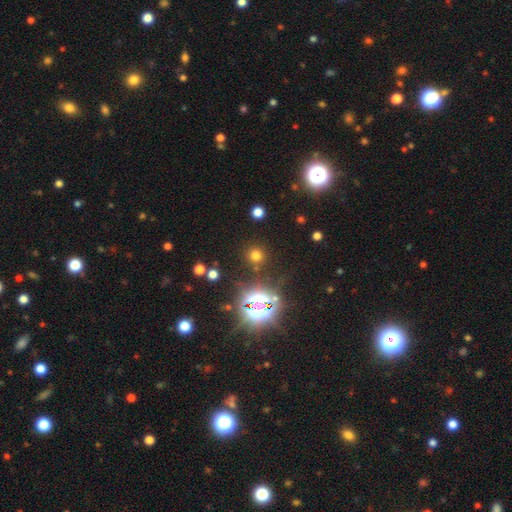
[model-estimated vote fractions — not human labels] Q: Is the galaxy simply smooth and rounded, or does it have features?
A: smooth — 63%.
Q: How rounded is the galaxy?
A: round — 92%.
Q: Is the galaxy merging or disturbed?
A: none — 86%.